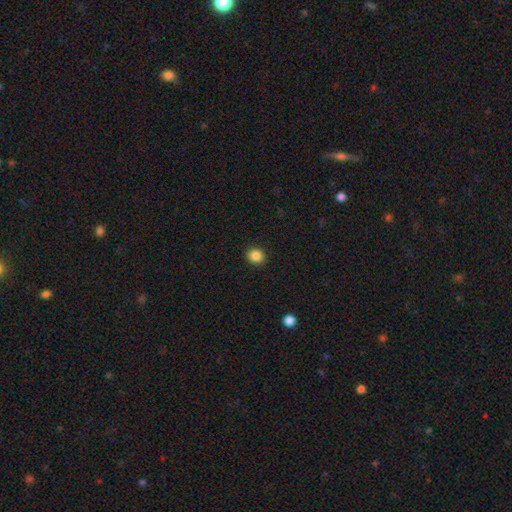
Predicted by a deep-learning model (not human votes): The model was most divided on "how rounded": round: 80%, in between: 19%, cigar-shaped: 1%. More confident: merging — none (91%); smooth or featured — smooth (87%).